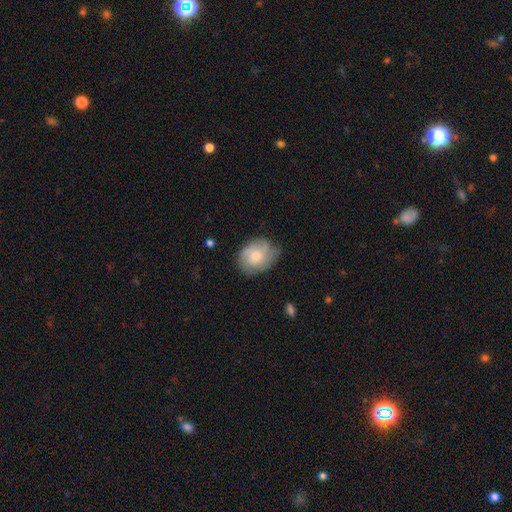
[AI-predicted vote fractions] The model was most divided on "smooth or featured": featured or disk: 52%, smooth: 41%, star or artifact: 7%. More confident: edge-on disk — no (97%); spiral arms — yes (84%); bar — no (77%); merging — none (63%); bulge size — moderate (51%).